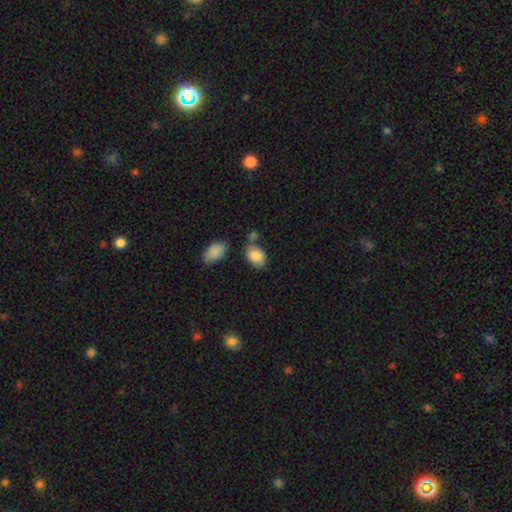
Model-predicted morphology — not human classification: smooth-or-featured: smooth: 86% | star or artifact: 7% | featured or disk: 7%
  how-rounded: in between: 84% | round: 14% | cigar-shaped: 1%
  merging: none: 57% | minor disturbance: 20% | merger: 16% | major disturbance: 6%